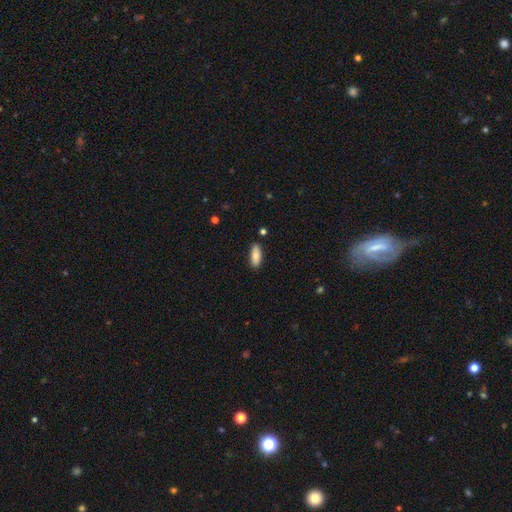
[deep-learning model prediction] Morphology: type=smooth (79%); roundness=in between (80%); merging=none (86%).